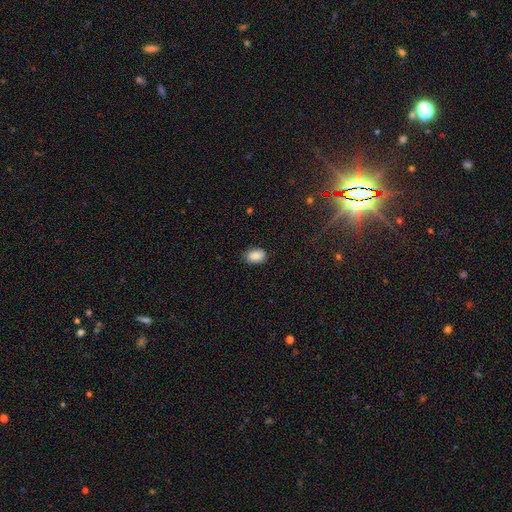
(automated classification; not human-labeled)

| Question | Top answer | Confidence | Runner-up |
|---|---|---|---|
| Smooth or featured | smooth | 89% | star or artifact (8%) |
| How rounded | in between | 84% | round (15%) |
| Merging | none | 83% | minor disturbance (13%) |